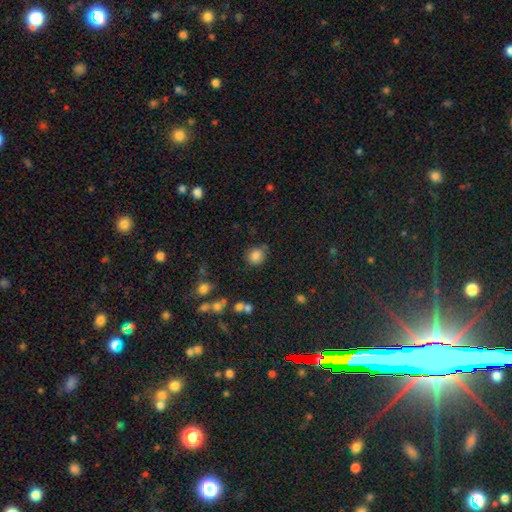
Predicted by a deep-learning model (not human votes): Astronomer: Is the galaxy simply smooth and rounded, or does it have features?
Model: smooth — 83%.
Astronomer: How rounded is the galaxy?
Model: round — 77%.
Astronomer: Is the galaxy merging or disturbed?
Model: none — 73%.